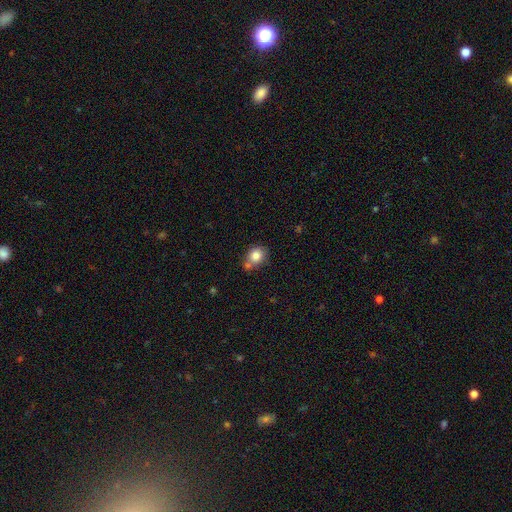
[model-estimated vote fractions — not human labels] Smooth or featured? smooth (81%)
How rounded? round (67%)
Merging? none (58%)